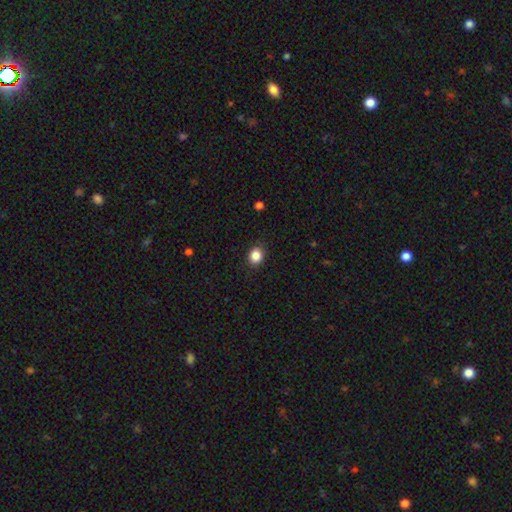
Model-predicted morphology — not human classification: smooth 86%, star or artifact 10%, featured or disk 4%. Down the decision tree: how rounded — round (67%); merging — none (88%).